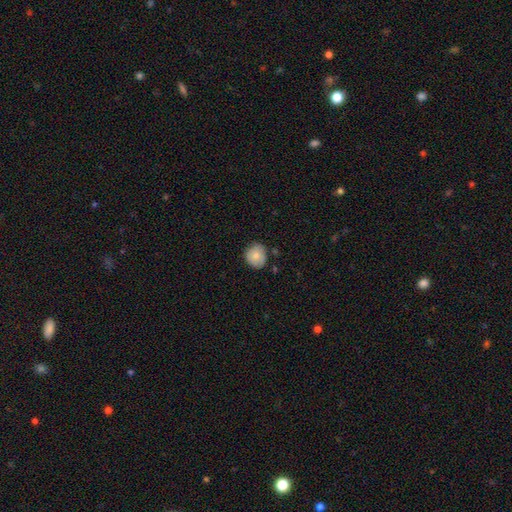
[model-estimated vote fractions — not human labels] Smooth or featured?
  - smooth: 81% *
  - featured or disk: 11%
  - star or artifact: 8%
How rounded?
  - round: 82% *
  - in between: 17%
  - cigar-shaped: 1%
Merging?
  - none: 73% *
  - minor disturbance: 20%
  - major disturbance: 3%
  - merger: 3%